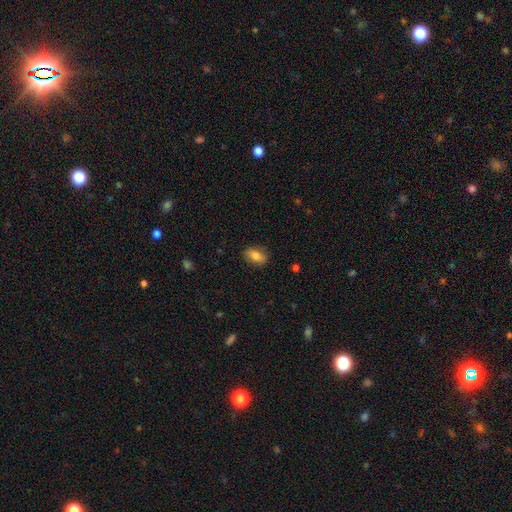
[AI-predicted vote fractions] Smooth or featured? smooth (80%)
How rounded? in between (86%)
Merging? none (84%)